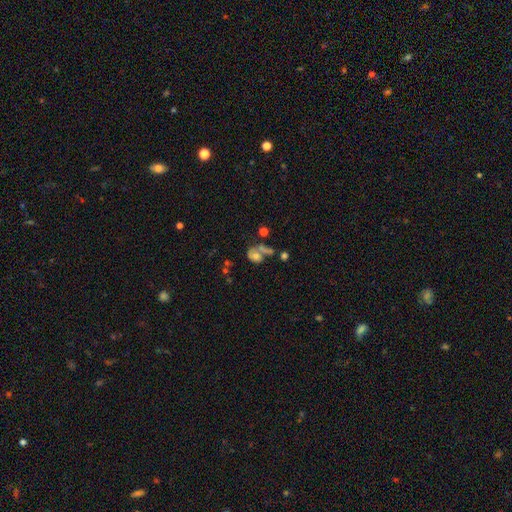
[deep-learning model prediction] Morphology: type=smooth (46%); merging=merger (31%).